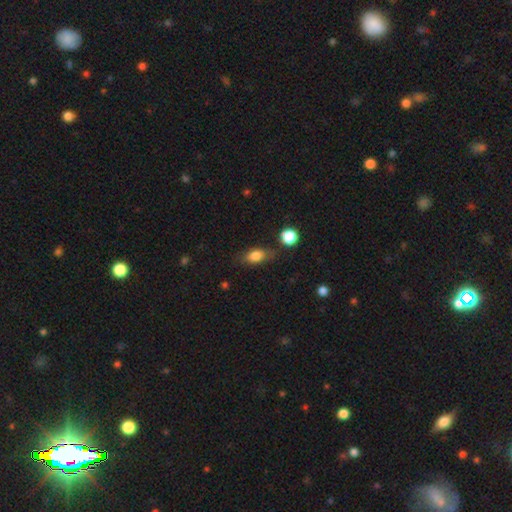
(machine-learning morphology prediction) Smooth or featured? smooth (81%)
How rounded? in between (82%)
Merging? none (68%)